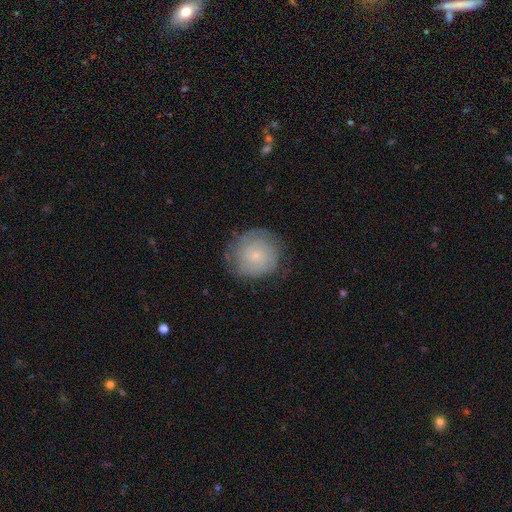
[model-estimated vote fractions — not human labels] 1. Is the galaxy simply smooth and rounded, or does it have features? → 58% featured or disk, 34% smooth, 8% star or artifact.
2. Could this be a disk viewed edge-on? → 97% no, 3% yes.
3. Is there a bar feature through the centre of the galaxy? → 80% no, 17% weak, 3% strong.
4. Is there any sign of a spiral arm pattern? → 86% yes, 14% no.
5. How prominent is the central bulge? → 80% small, 15% moderate, 2% none, 1% large, 1% dominant.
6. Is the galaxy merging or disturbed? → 75% none, 17% minor disturbance, 7% major disturbance, 1% merger.